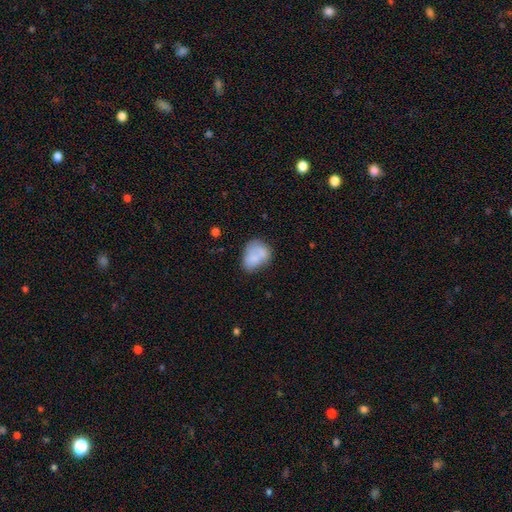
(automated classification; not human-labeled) smooth-or-featured: smooth: 73% | featured or disk: 19% | star or artifact: 8%
  how-rounded: in between: 68% | round: 31% | cigar-shaped: 1%
  merging: none: 39% | merger: 28% | minor disturbance: 23% | major disturbance: 10%